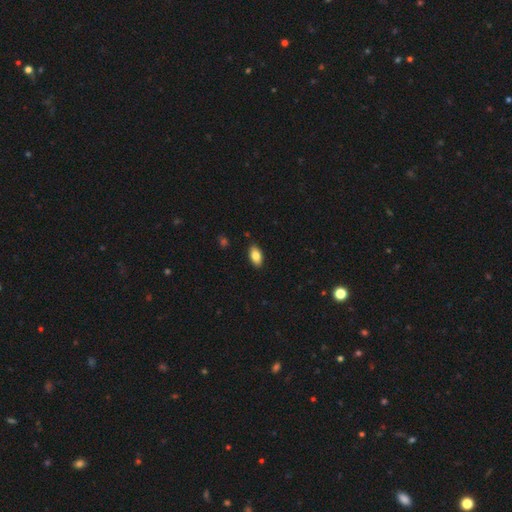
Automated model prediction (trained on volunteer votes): A smooth galaxy with no disk features (82%) that is in between round and cigar-shaped (92%). Merging: none (88%).